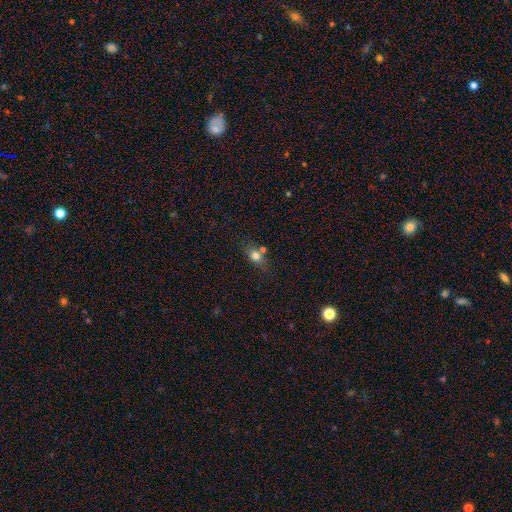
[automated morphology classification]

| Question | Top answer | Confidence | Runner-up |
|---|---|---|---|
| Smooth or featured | smooth | 74% | featured or disk (14%) |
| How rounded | in between | 64% | round (31%) |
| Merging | none | 60% | merger (21%) |